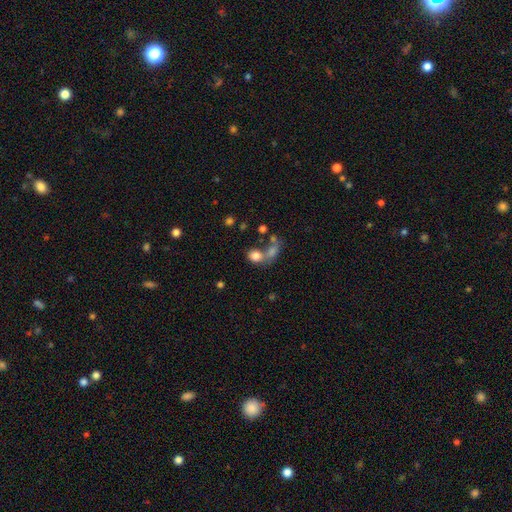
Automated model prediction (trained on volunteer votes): The model was most divided on "how rounded": round: 53%, in between: 45%, cigar-shaped: 2%. Remaining: smooth or featured — smooth (76%); merging — merger (48%).